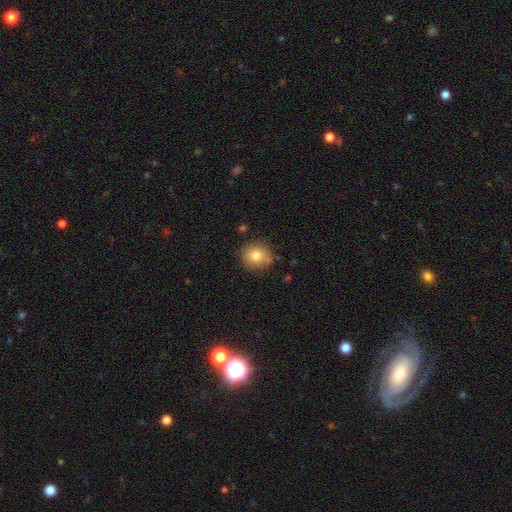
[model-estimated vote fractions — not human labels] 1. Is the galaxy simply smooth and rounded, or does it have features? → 79% smooth, 10% star or artifact, 10% featured or disk.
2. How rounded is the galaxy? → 88% round, 11% in between, 1% cigar-shaped.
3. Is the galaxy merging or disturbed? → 85% none, 10% minor disturbance, 3% merger, 2% major disturbance.